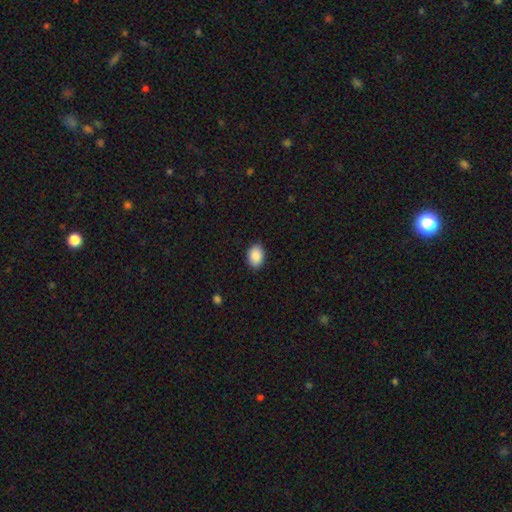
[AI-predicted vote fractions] Smooth or featured? Predicted: smooth (p=0.90). How rounded? Predicted: in between (p=0.84). Merging? Predicted: none (p=0.89).